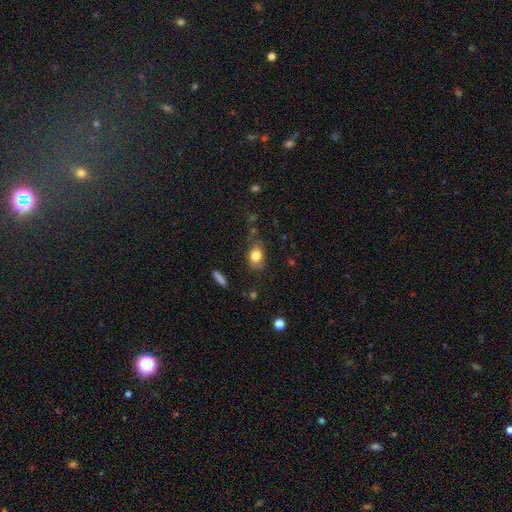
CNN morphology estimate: type=smooth (81%); roundness=in between (71%); merging=none (61%).